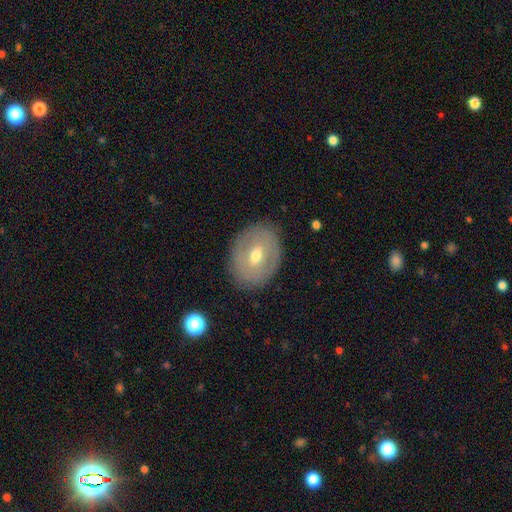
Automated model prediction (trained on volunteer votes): This is possibly a featured or disk galaxy (48%). Merging: clearly none (85%).